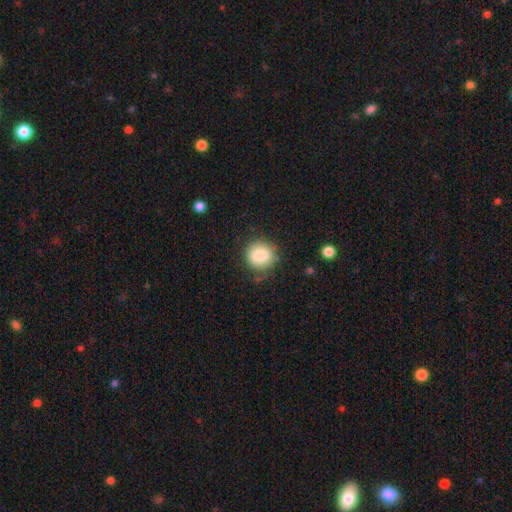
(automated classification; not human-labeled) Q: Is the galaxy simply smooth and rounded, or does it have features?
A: smooth — 85%.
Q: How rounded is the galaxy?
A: round — 83%.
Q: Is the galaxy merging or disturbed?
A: none — 74%.